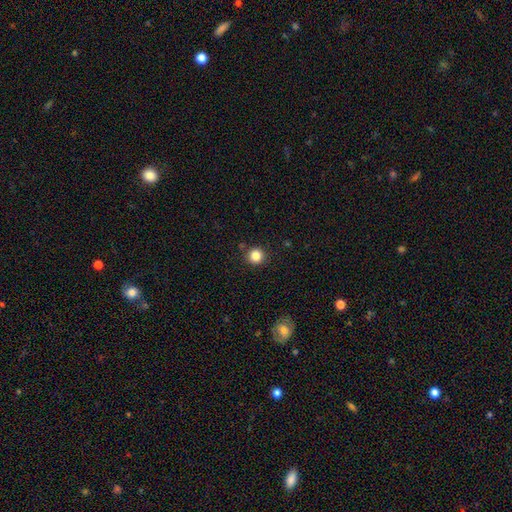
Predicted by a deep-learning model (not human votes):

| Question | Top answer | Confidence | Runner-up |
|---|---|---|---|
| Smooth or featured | smooth | 84% | star or artifact (12%) |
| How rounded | round | 94% | in between (5%) |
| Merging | none | 89% | minor disturbance (6%) |